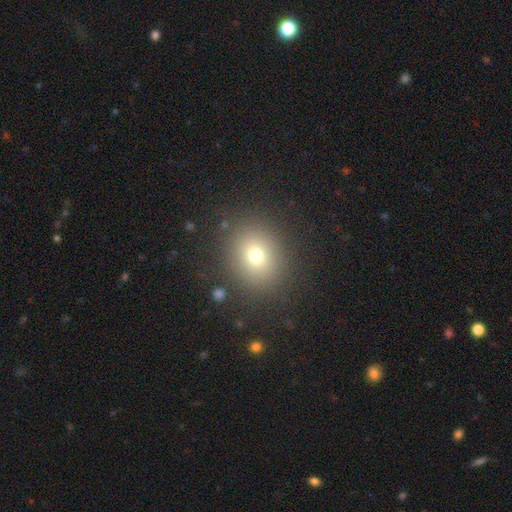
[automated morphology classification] The model was most divided on "smooth or featured": smooth: 71%, star or artifact: 18%, featured or disk: 11%. More confident: merging — none (86%); how rounded — round (76%).